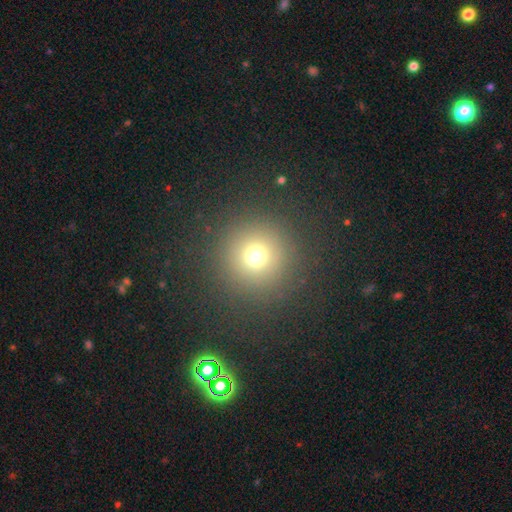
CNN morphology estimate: Q: Smooth or featured?
A: smooth (70%); runner-up: star or artifact (21%)
Q: How rounded?
A: round (95%); runner-up: in between (4%)
Q: Merging?
A: none (87%); runner-up: minor disturbance (7%)